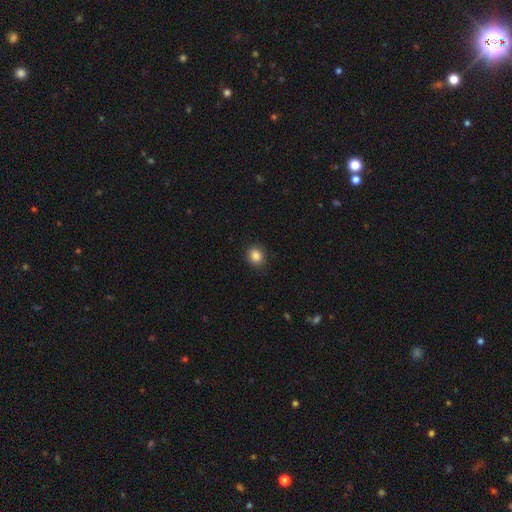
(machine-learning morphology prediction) Smooth or featured?
  - smooth: 86% *
  - star or artifact: 10%
  - featured or disk: 4%
How rounded?
  - round: 74% *
  - in between: 25%
  - cigar-shaped: 1%
Merging?
  - none: 87% *
  - minor disturbance: 9%
  - major disturbance: 2%
  - merger: 1%